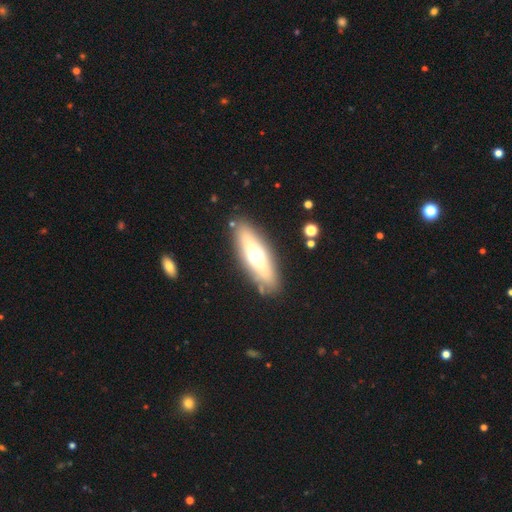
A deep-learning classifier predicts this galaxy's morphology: smooth_or_featured: smooth (p=0.51) [alt: featured or disk p=0.40]
how_rounded: in between (p=0.51) [alt: cigar-shaped p=0.45]
merging: none (p=0.85) [alt: minor disturbance p=0.09]